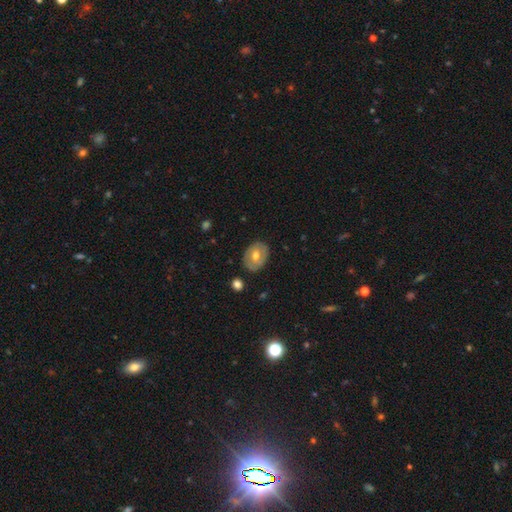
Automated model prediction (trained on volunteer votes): A smooth galaxy with no disk features (50%).

Vote fractions:
- Smooth or featured? smooth: 50% / featured or disk: 44% / star or artifact: 7%
- Merging? none: 82% / minor disturbance: 14% / major disturbance: 3% / merger: 2%